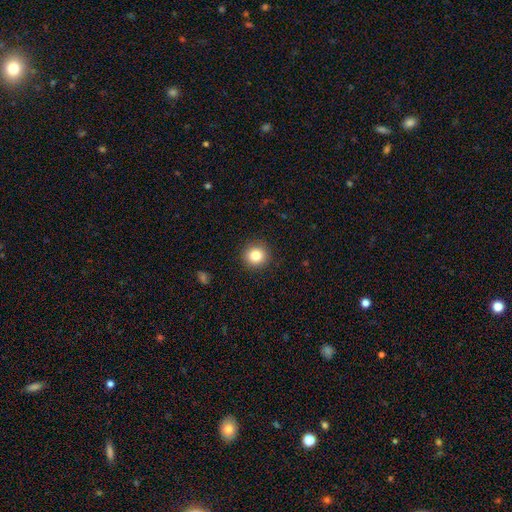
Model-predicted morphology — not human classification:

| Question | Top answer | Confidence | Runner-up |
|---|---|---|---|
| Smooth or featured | smooth | 83% | star or artifact (10%) |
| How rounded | round | 93% | in between (6%) |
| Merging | none | 92% | minor disturbance (5%) |